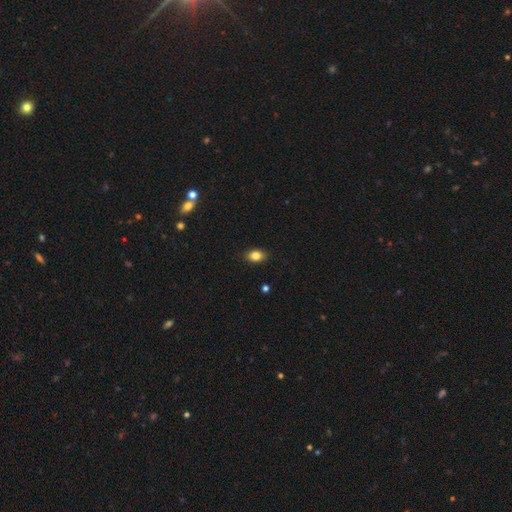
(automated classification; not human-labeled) The model was most divided on "how rounded": in between: 78%, round: 20%, cigar-shaped: 2%. More confident: merging — none (87%); smooth or featured — smooth (84%).